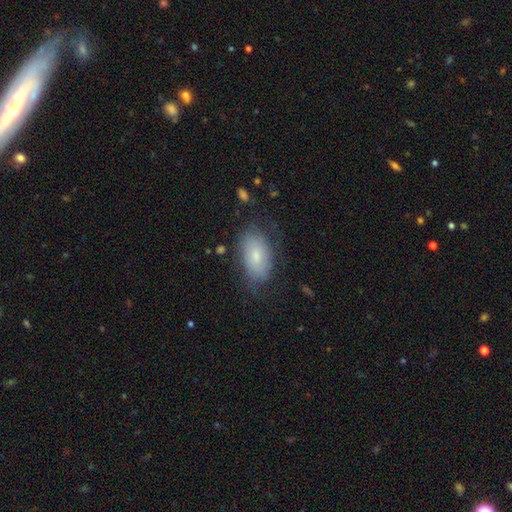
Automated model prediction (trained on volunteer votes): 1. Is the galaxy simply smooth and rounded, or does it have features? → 66% smooth, 25% featured or disk, 9% star or artifact.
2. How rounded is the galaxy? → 92% in between, 6% round, 2% cigar-shaped.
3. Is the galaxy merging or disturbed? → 67% none, 23% minor disturbance, 9% major disturbance, 2% merger.